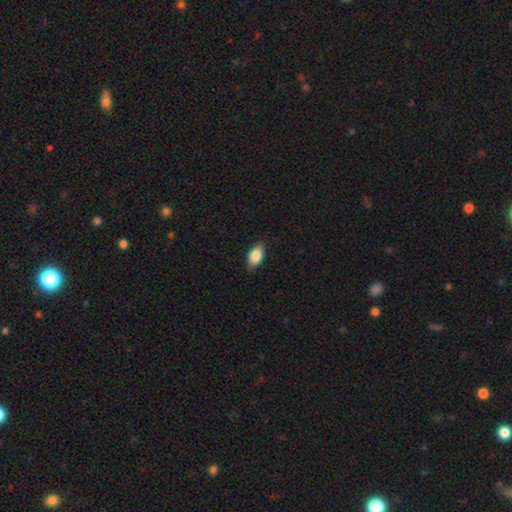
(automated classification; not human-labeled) Q: Smooth or featured?
A: smooth (85%); runner-up: featured or disk (9%)
Q: How rounded?
A: in between (90%); runner-up: round (5%)
Q: Merging?
A: none (84%); runner-up: minor disturbance (13%)